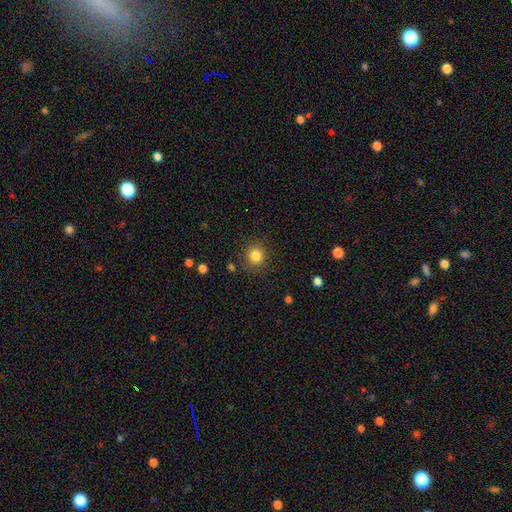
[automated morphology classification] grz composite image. It shows a smooth galaxy with no disk features (84%) that is round (89%). Merging: none (87%).